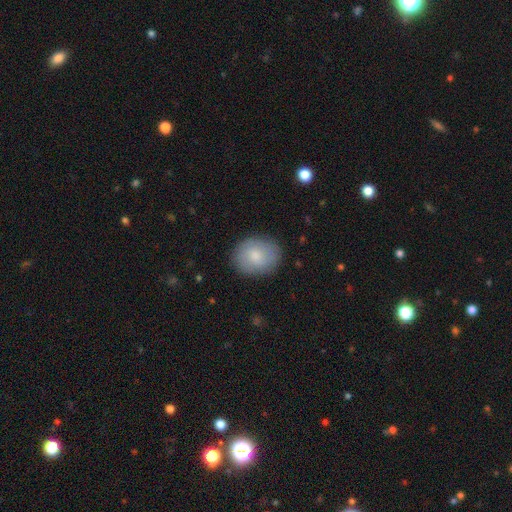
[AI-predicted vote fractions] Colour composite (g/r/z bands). It shows a smooth galaxy with no disk features (73%) that is round (58%). Merging: none (85%).